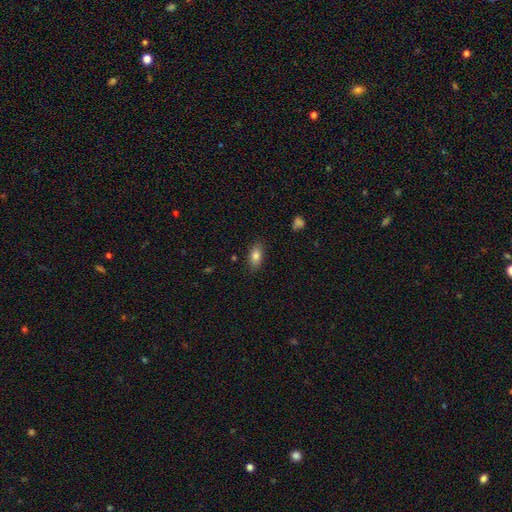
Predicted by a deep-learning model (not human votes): This appears to be a smooth galaxy with no disk features (82%) that is in between round and cigar-shaped (88%). Merging: none (85%).